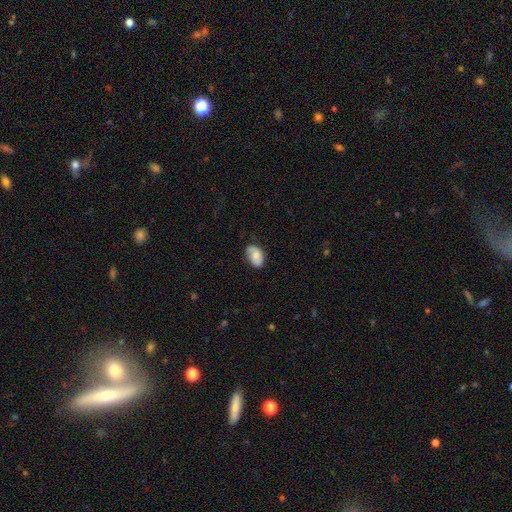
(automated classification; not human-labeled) A smooth galaxy with no disk features (69%) that is in between round and cigar-shaped (89%). Merging: none (68%).